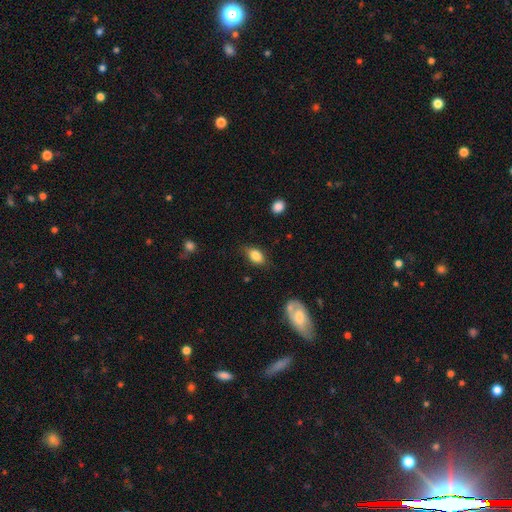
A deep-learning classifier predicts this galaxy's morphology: This is clearly a smooth galaxy (84%). How rounded: clearly in between (88%). Merging: likely none (72%).